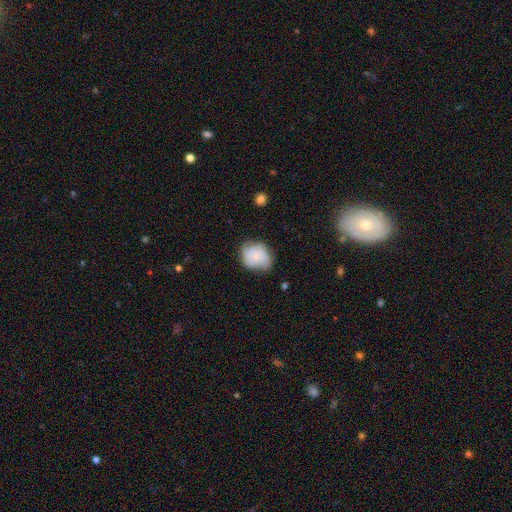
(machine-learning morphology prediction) smooth 58%, featured or disk 33%, star or artifact 8%. Down the decision tree: how rounded — round (60%); merging — none (59%).